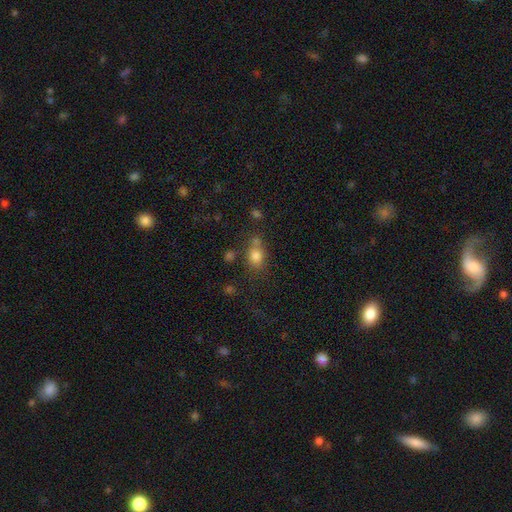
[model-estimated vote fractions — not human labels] Smooth or featured? smooth (79%)
How rounded? in between (50%)
Merging? none (55%)